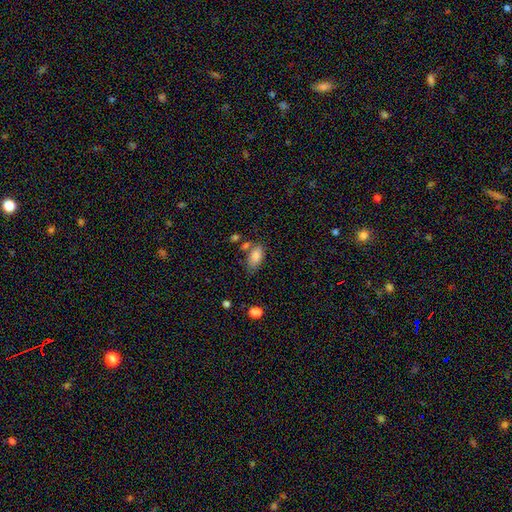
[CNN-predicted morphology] Smooth or featured? smooth (84%)
How rounded? in between (91%)
Merging? none (57%)